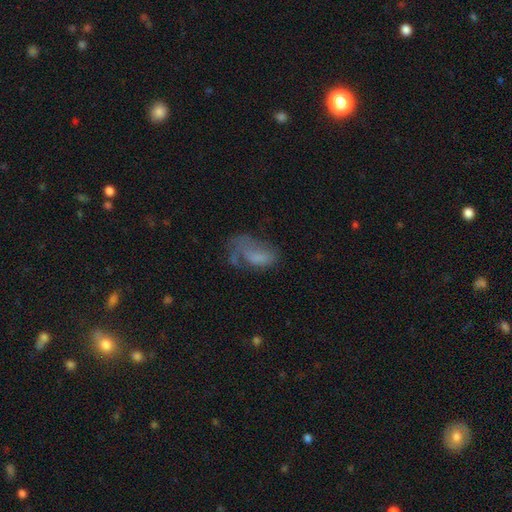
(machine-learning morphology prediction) Smooth or featured?
  - smooth: 46% *
  - featured or disk: 42%
  - star or artifact: 12%
Merging?
  - major disturbance: 43% *
  - none: 30%
  - minor disturbance: 21%
  - merger: 5%